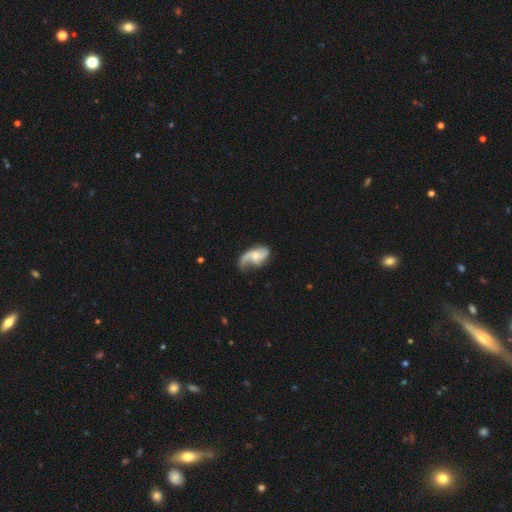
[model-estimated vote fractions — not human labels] This is likely a featured or disk galaxy (79%). It is clearly not viewed edge-on (97%). Bar: possibly no (60%). Spiral arm pattern: clearly yes (94%). Spiral arm count: likely 2 (76%). Spiral winding: likely loose (64%). Central bulge: possibly small (45%). Merging: possibly none (50%).